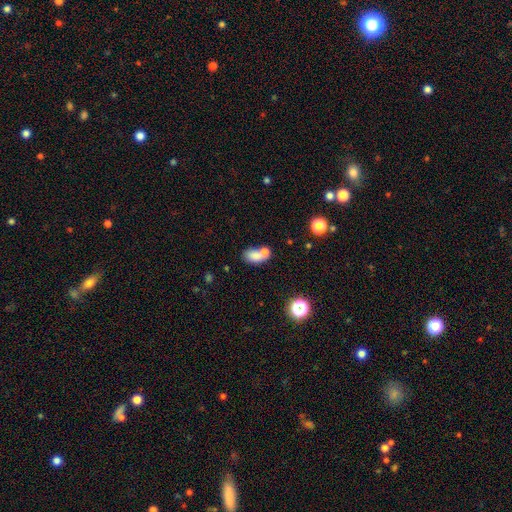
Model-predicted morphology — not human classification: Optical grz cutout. It shows a smooth galaxy with no disk features (74%) that is in between round and cigar-shaped (79%). Merging: merger (53%).